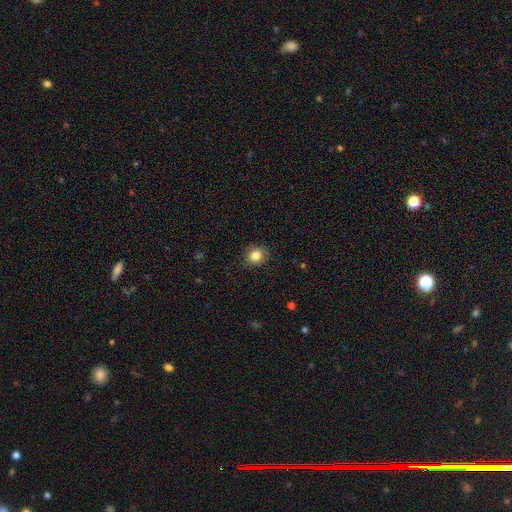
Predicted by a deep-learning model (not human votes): The model was most divided on "how rounded": round: 82%, in between: 17%, cigar-shaped: 1%. More confident: merging — none (86%); smooth or featured — smooth (84%).